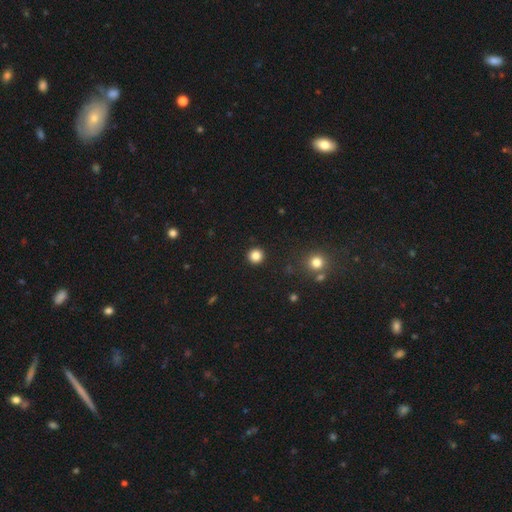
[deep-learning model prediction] This is clearly a smooth galaxy (84%). How rounded: clearly round (95%). Merging: clearly none (93%).